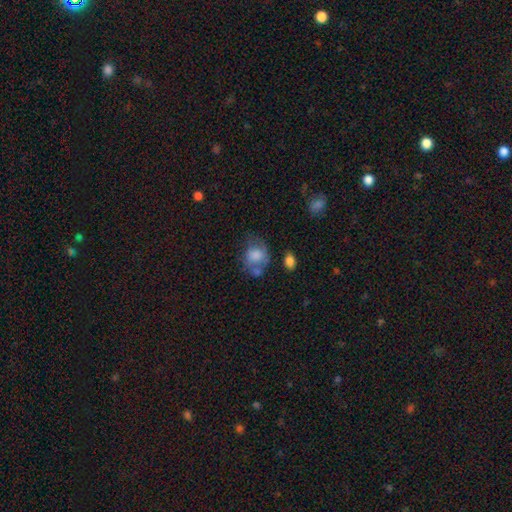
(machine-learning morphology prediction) smooth-or-featured: smooth: 71% | featured or disk: 21% | star or artifact: 9%
  how-rounded: round: 52% | in between: 47% | cigar-shaped: 1%
  merging: none: 35% | minor disturbance: 26% | major disturbance: 22% | merger: 18%